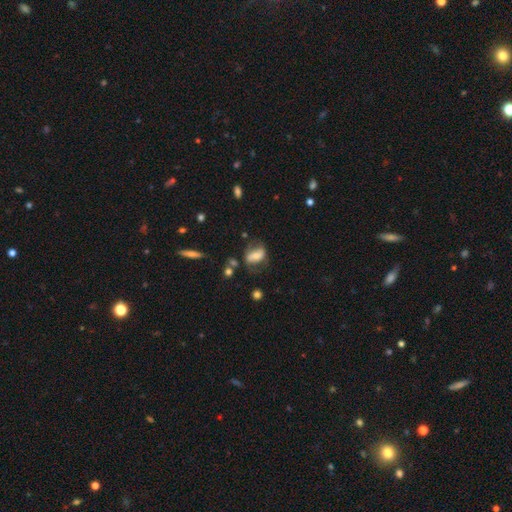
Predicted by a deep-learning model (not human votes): Smooth or featured: smooth — 58% (featured or disk — 34%)
How rounded: in between — 81% (round — 12%)
Merging: none — 51% (minor disturbance — 25%)